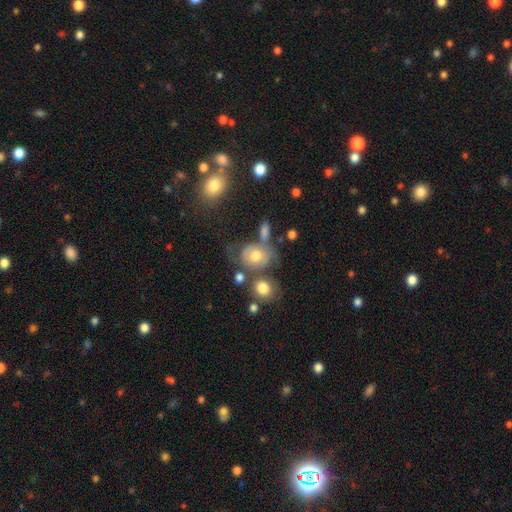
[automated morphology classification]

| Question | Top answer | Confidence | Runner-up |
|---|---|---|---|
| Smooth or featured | smooth | 51% | featured or disk (38%) |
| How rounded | in between | 50% | round (49%) |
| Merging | none | 38% | minor disturbance (22%) |